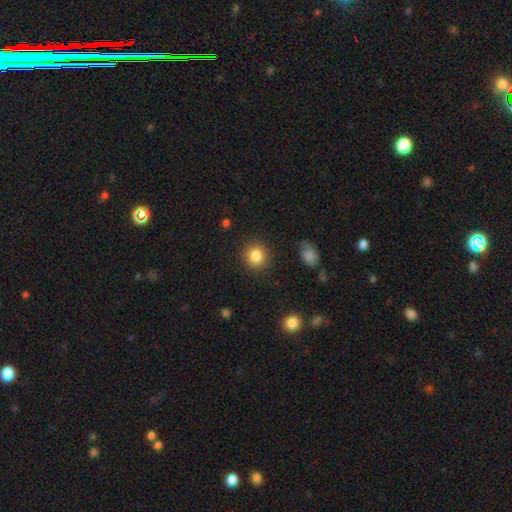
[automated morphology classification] smooth 85%, star or artifact 9%, featured or disk 5%. Down the decision tree: how rounded — round (87%); merging — none (88%).